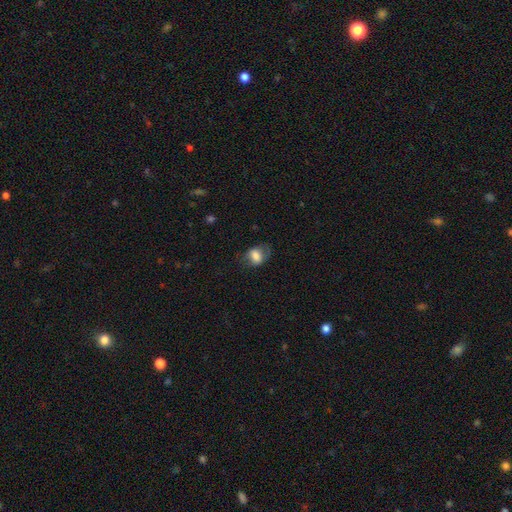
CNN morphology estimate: Overall: smooth (72%). How rounded: in between (72%). Merging: none (54%; minor disturbance 26%).